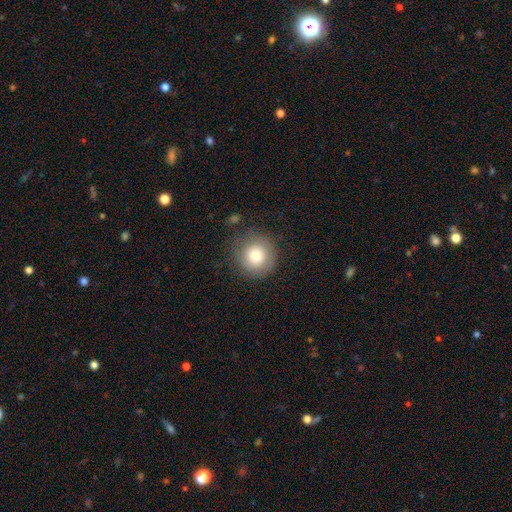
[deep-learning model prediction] Q: Smooth or featured?
A: smooth (80%); runner-up: featured or disk (12%)
Q: How rounded?
A: round (93%); runner-up: in between (6%)
Q: Merging?
A: none (80%); runner-up: minor disturbance (13%)